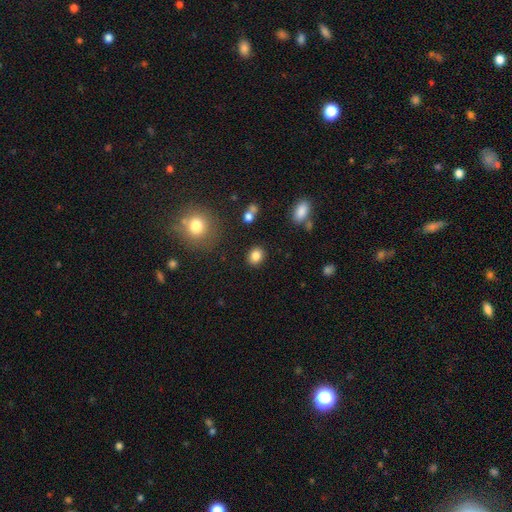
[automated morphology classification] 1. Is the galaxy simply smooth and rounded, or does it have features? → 84% smooth, 10% star or artifact, 6% featured or disk.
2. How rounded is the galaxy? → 56% round, 43% in between, 1% cigar-shaped.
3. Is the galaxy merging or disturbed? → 87% none, 8% minor disturbance, 3% major disturbance, 2% merger.